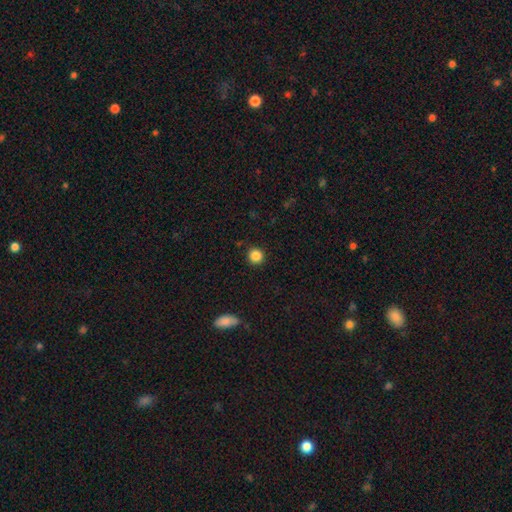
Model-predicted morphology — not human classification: smooth_or_featured: smooth (p=0.86) [alt: star or artifact p=0.11]
how_rounded: round (p=0.94) [alt: in between p=0.05]
merging: none (p=0.91) [alt: minor disturbance p=0.06]